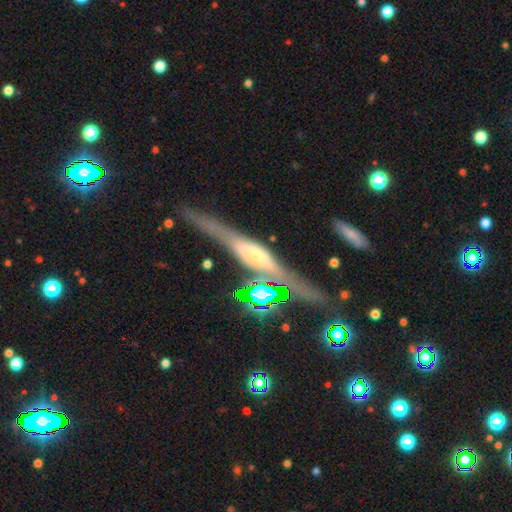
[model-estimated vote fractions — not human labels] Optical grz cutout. It shows a featured or disk galaxy (73%) viewed edge-on (94%) with a rounded central bulge (66%). Merging: none (75%).